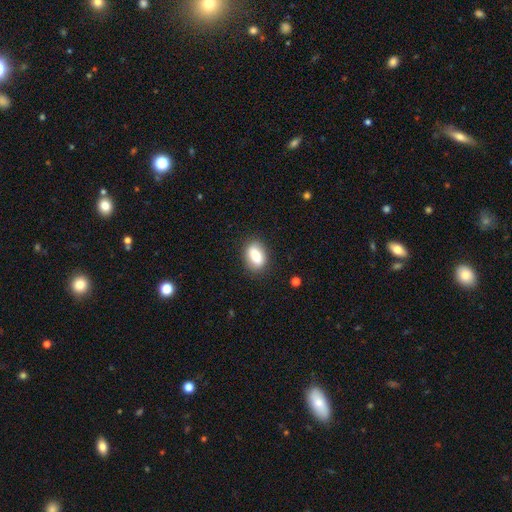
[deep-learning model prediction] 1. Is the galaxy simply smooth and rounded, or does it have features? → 82% smooth, 11% featured or disk, 7% star or artifact.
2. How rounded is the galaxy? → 86% in between, 11% round, 3% cigar-shaped.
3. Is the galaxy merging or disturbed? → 85% none, 11% minor disturbance, 3% major disturbance, 1% merger.